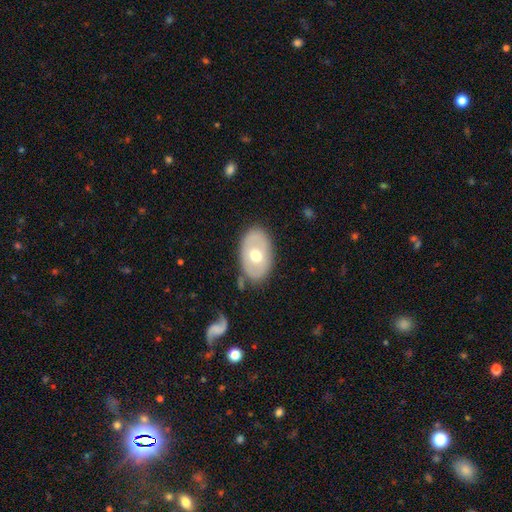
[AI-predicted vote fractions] Smooth or featured? smooth (48%)
Merging? none (79%)